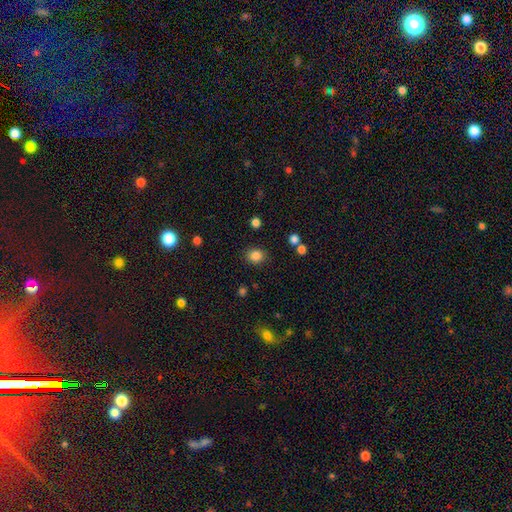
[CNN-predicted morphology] This appears to be a smooth galaxy with no disk features (84%) that is round (72%). Merging: none (87%).